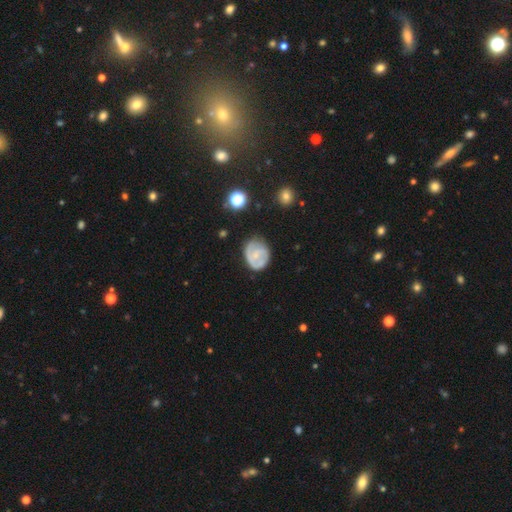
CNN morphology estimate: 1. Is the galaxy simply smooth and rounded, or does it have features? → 60% featured or disk, 34% smooth, 7% star or artifact.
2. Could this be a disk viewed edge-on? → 98% no, 2% yes.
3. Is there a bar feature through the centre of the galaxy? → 52% no, 39% weak, 9% strong.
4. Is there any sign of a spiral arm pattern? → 79% yes, 21% no.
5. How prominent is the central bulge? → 58% small, 21% moderate, 19% none, 1% large, 1% dominant.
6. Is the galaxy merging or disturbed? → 61% none, 27% minor disturbance, 10% major disturbance, 2% merger.